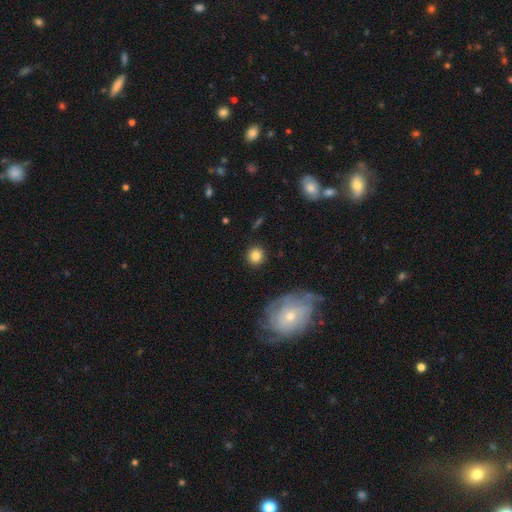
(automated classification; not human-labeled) smooth 81%, featured or disk 10%, star or artifact 9%. Down the decision tree: how rounded — round (91%); merging — none (89%).